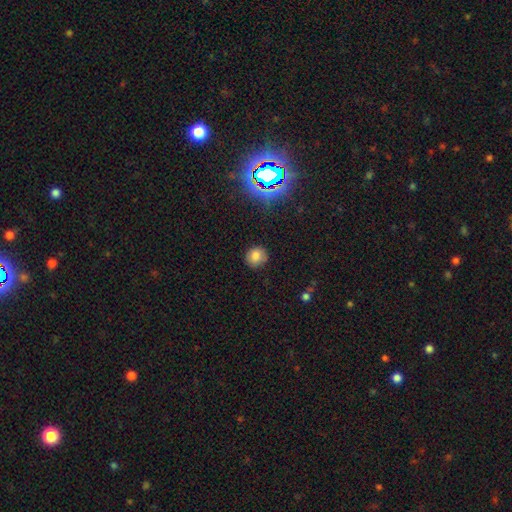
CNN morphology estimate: Smooth or featured? smooth (78%)
How rounded? round (86%)
Merging? none (85%)